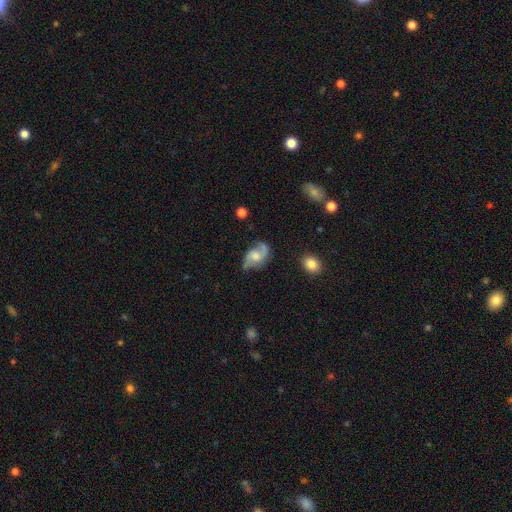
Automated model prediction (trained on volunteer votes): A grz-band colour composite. It shows a featured or disk galaxy (74%) with no bar (57%), 2 (86%) loose (46%) spiral arms (93%) and a moderate central bulge (45%). Merging: none (62%).